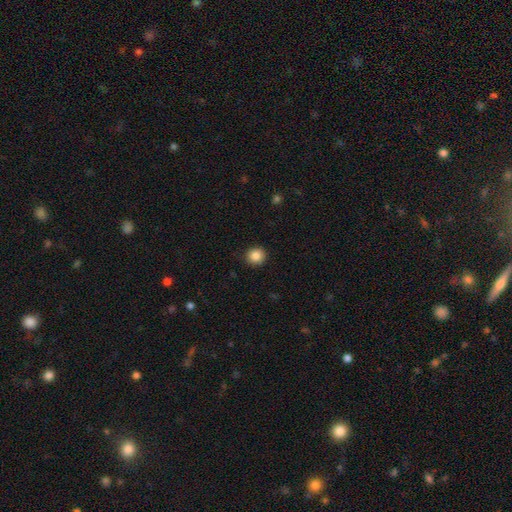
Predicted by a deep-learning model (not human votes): smooth-or-featured: smooth: 86% | star or artifact: 10% | featured or disk: 4%
  how-rounded: round: 92% | in between: 7% | cigar-shaped: 1%
  merging: none: 91% | minor disturbance: 6% | major disturbance: 2% | merger: 1%